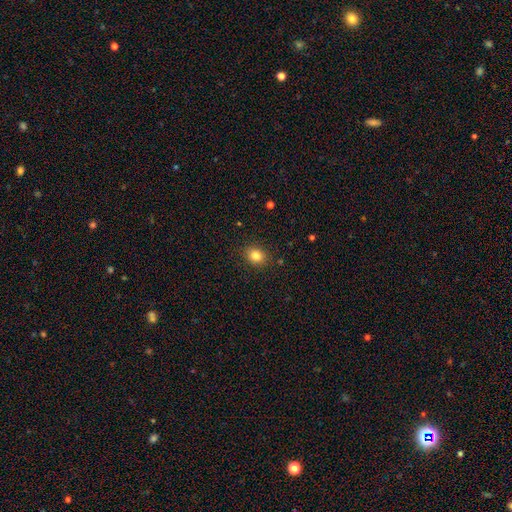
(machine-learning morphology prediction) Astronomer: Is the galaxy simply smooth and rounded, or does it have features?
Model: smooth — 83%.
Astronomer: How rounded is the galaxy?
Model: round — 55% (runner-up: in between, 44%).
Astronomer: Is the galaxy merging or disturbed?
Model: none — 88%.